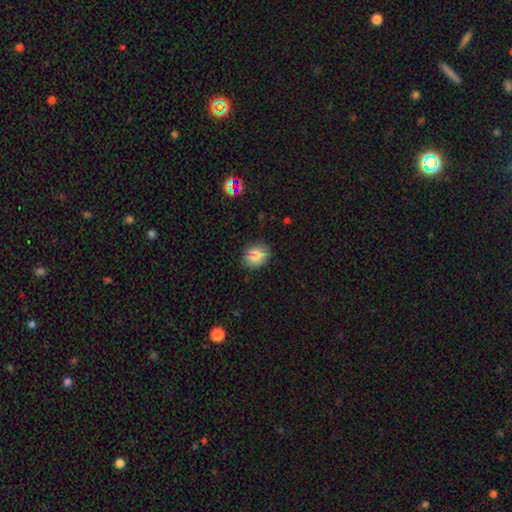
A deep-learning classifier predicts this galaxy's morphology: Smooth or featured? smooth (84%)
How rounded? round (51%)
Merging? none (83%)